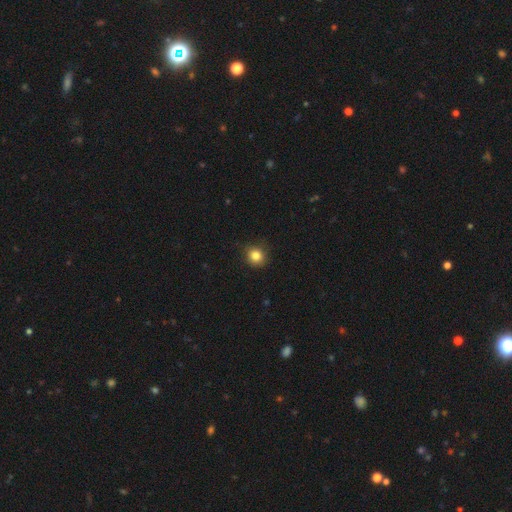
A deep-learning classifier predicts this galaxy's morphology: type=smooth (84%); roundness=round (86%); merging=none (86%).